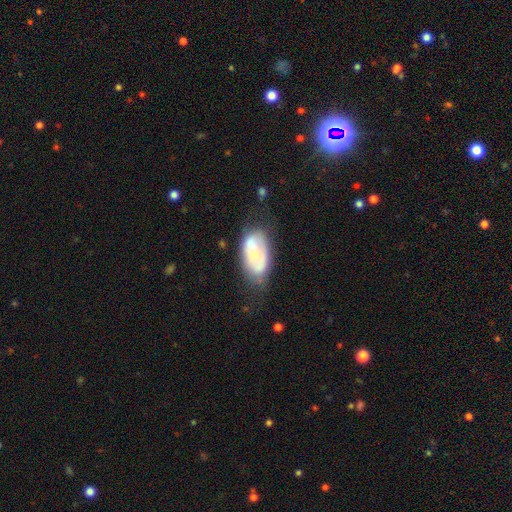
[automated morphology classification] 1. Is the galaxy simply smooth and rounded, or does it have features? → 48% featured or disk, 45% smooth, 7% star or artifact.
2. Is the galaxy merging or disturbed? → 46% none, 27% minor disturbance, 15% merger, 12% major disturbance.